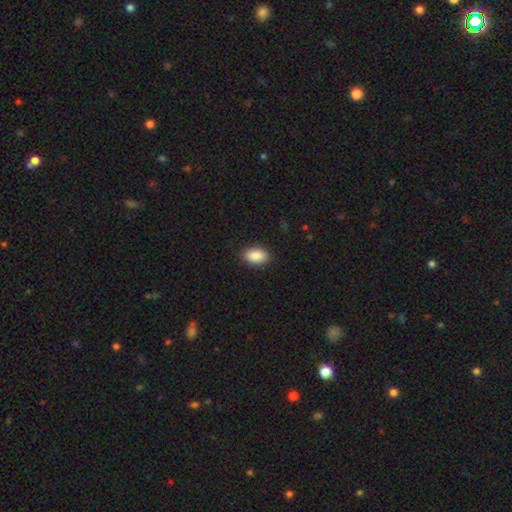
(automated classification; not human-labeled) smooth-or-featured: smooth: 89% | star or artifact: 7% | featured or disk: 4%
  how-rounded: in between: 90% | round: 8% | cigar-shaped: 2%
  merging: none: 89% | minor disturbance: 8% | major disturbance: 2% | merger: 1%